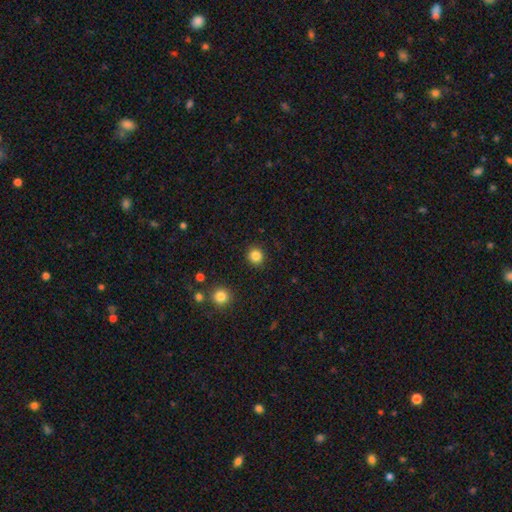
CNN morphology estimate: This is clearly a smooth galaxy (84%). How rounded: clearly round (92%). Merging: clearly none (92%).